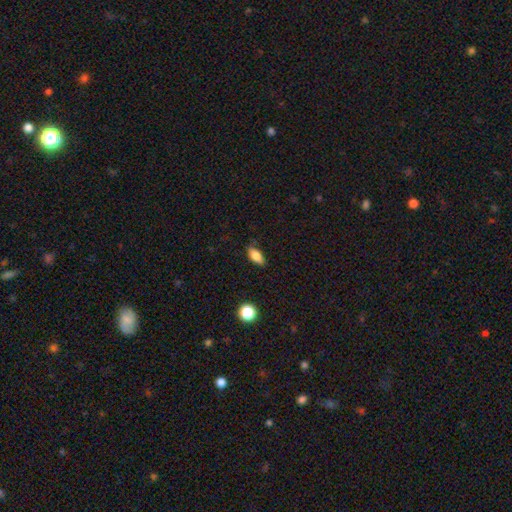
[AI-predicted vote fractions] A smooth galaxy with no disk features (82%) that is in between round and cigar-shaped (86%).

Vote fractions:
- Smooth or featured? smooth: 82% / featured or disk: 10% / star or artifact: 8%
- How rounded? in between: 86% / cigar-shaped: 9% / round: 5%
- Merging? none: 83% / minor disturbance: 13% / major disturbance: 3% / merger: 1%